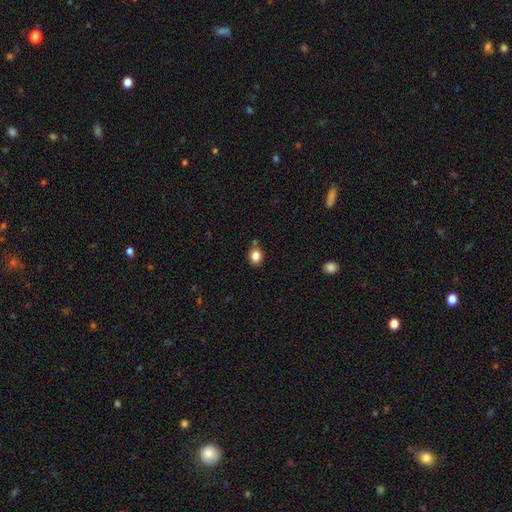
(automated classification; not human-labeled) Smooth or featured? Predicted: smooth (p=0.83). How rounded? Predicted: in between (p=0.56). Merging? Predicted: none (p=0.75).